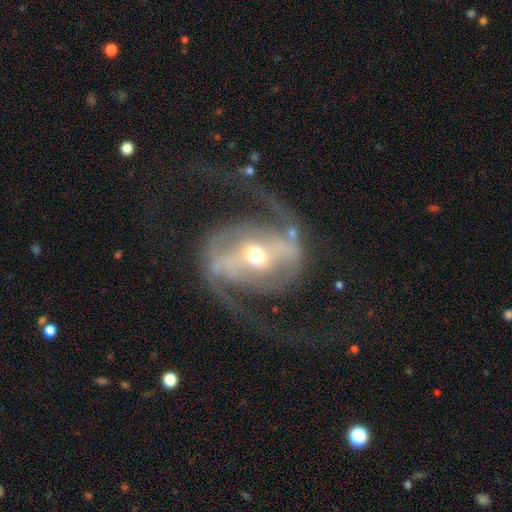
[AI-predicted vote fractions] Morphology: type=featured or disk (89%); edge-on=no (97%); bar=strong (50%); spiral arms=yes (94%); winding=medium (48%); arm count=2 (92%); bulge=moderate (68%); merging=none (65%).